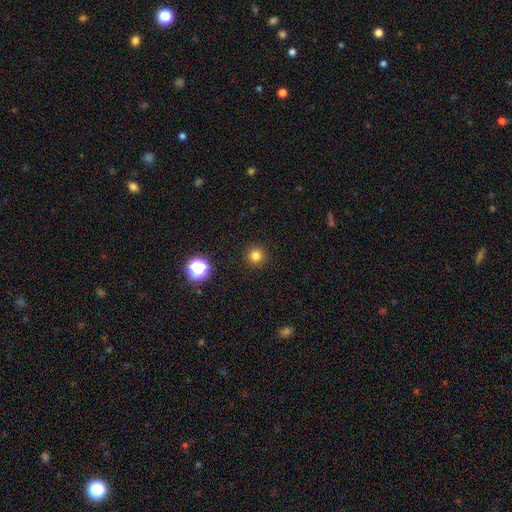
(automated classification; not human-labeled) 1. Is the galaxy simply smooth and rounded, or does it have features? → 80% smooth, 15% star or artifact, 5% featured or disk.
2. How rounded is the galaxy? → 96% round, 3% in between, 1% cigar-shaped.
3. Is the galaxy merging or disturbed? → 92% none, 5% minor disturbance, 2% major disturbance, 1% merger.